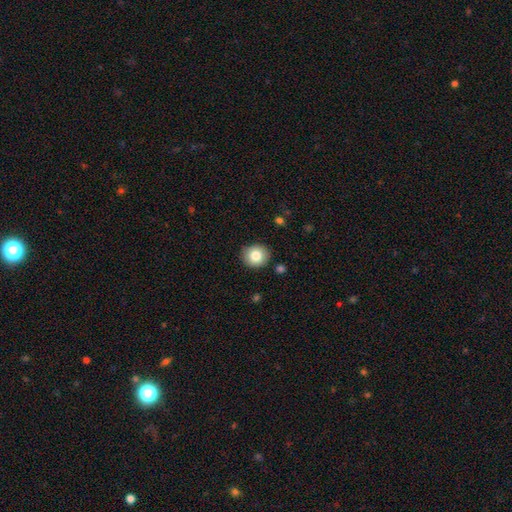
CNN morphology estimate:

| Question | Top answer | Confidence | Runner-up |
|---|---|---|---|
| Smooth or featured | smooth | 82% | star or artifact (9%) |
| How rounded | round | 84% | in between (15%) |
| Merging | none | 87% | minor disturbance (9%) |